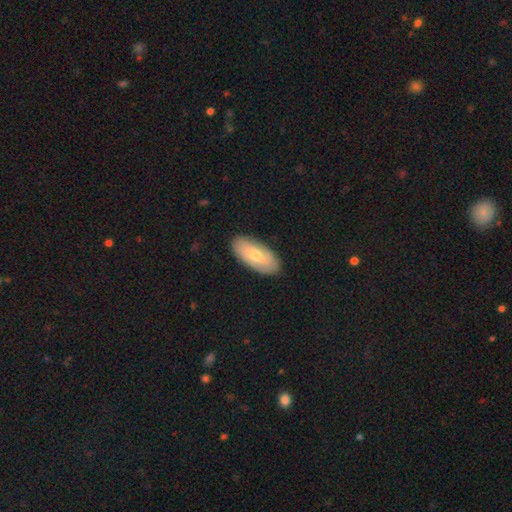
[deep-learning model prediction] Smooth or featured? smooth (53%)
How rounded? in between (90%)
Merging? none (87%)